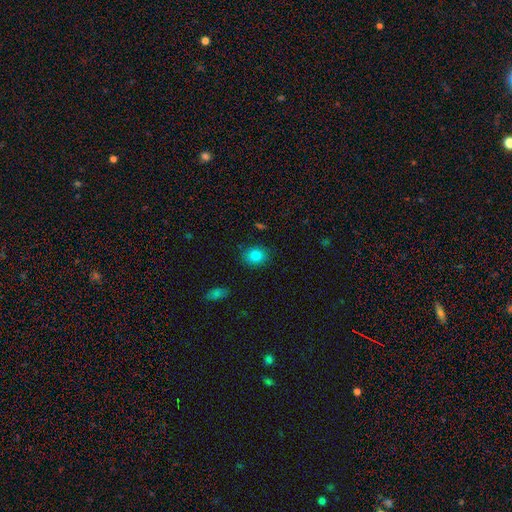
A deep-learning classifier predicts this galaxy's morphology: The model was most divided on "how rounded": round: 61%, in between: 38%, cigar-shaped: 1%. More confident: merging — none (86%); smooth or featured — smooth (83%).